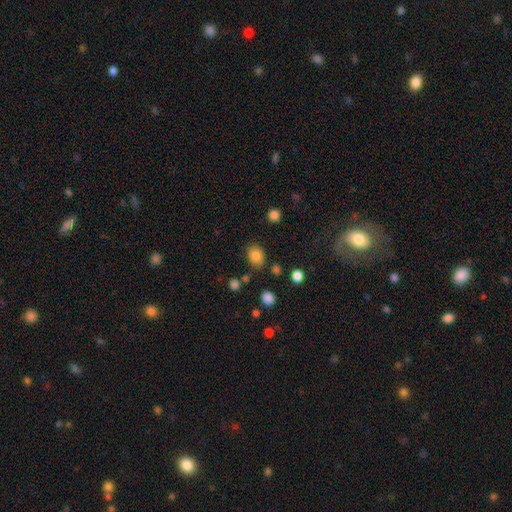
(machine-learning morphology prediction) The model was most divided on "how rounded": in between: 50%, round: 49%, cigar-shaped: 1%. More confident: smooth or featured — smooth (82%); merging — none (76%).